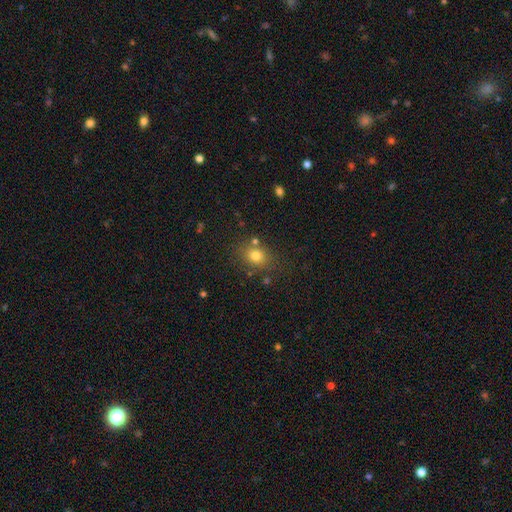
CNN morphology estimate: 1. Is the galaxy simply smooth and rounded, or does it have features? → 77% smooth, 14% star or artifact, 9% featured or disk.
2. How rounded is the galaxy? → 51% round, 48% in between, 1% cigar-shaped.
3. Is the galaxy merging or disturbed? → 75% none, 13% minor disturbance, 8% merger, 5% major disturbance.